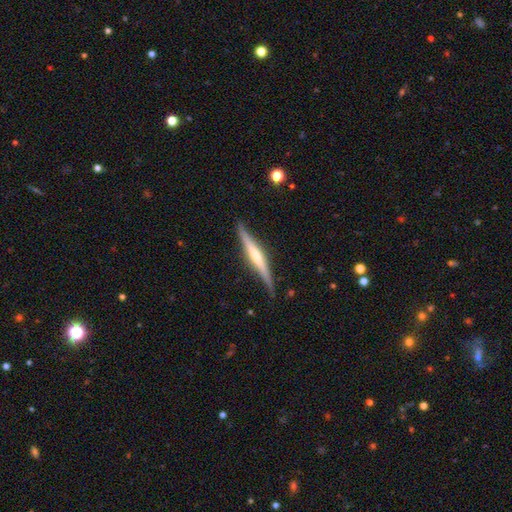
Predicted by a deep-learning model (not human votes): Morphology: type=featured or disk (67%); edge-on=yes (97%); edge-on bulge=rounded (60%); merging=none (83%).